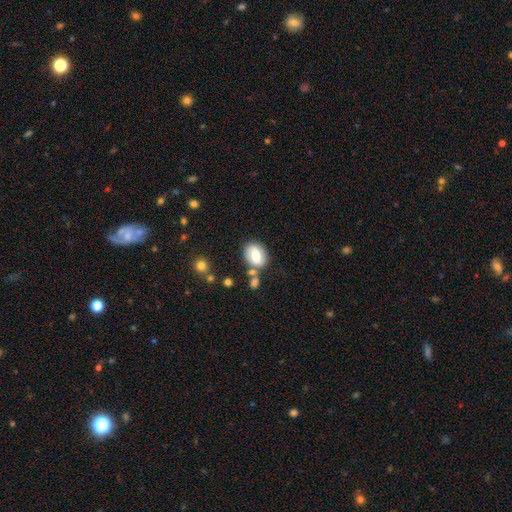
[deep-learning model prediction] This is possibly a smooth galaxy (58%). How rounded: likely in between (67%). Merging: likely none (67%).